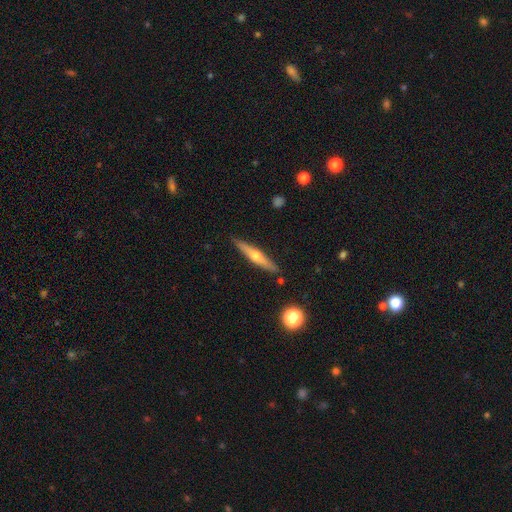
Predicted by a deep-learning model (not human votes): smooth-or-featured: featured or disk: 59% | smooth: 35% | star or artifact: 6%
  disk-edge-on: yes: 96% | no: 4%
    edge-on-bulge: rounded: 90% | none: 7% | boxy: 3%
  merging: none: 88% | minor disturbance: 8% | merger: 2% | major disturbance: 2%